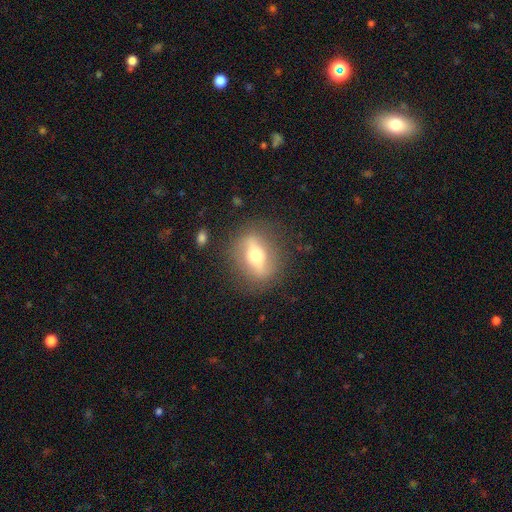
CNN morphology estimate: featured or disk 60%, smooth 32%, star or artifact 8%. Down the decision tree: edge-on disk — no (50%, tied with yes); merging — none (83%).